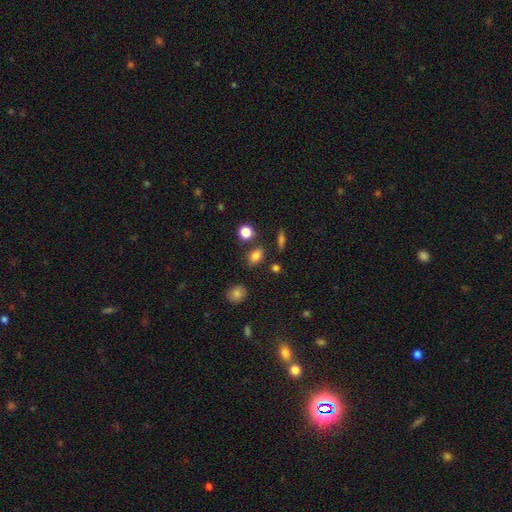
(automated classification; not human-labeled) Morphology: type=smooth (80%); roundness=in between (69%); merging=none (79%).